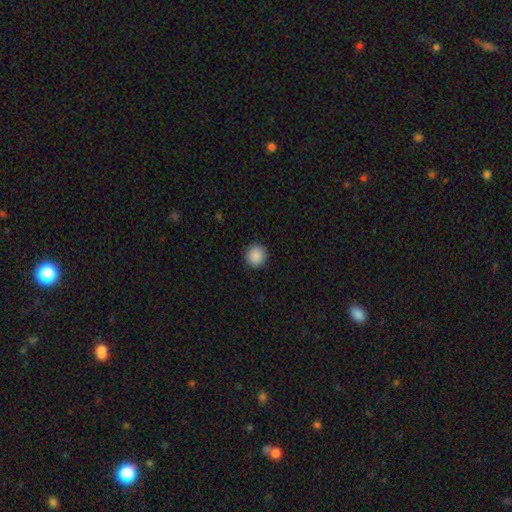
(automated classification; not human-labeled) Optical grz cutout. It shows a smooth galaxy with no disk features (89%) that is round (89%). Merging: none (92%).